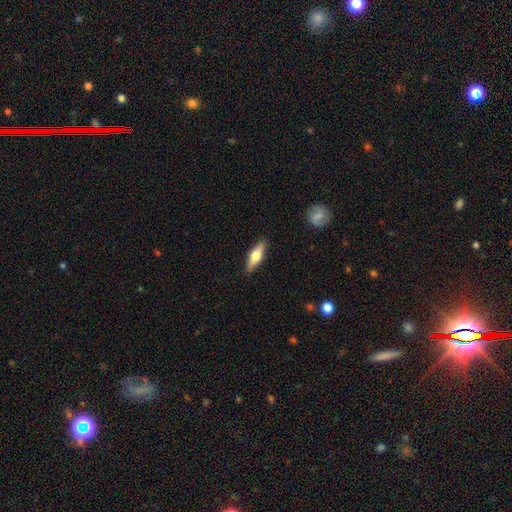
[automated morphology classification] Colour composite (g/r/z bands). It shows a smooth galaxy with no disk features (54%) that is cigar-shaped (51%). Merging: none (89%).